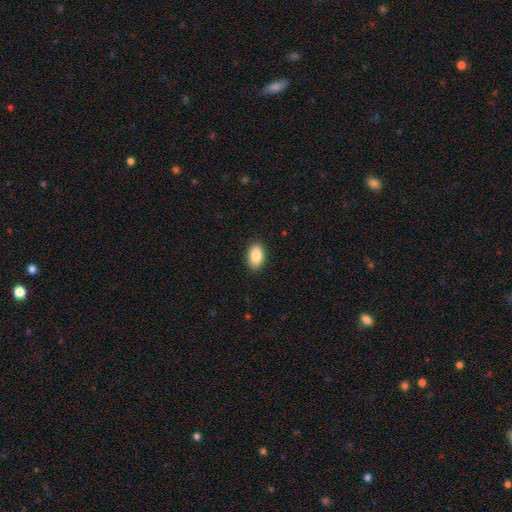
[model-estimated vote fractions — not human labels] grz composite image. It shows a smooth galaxy with no disk features (87%) that is in between round and cigar-shaped (92%). Merging: none (90%).